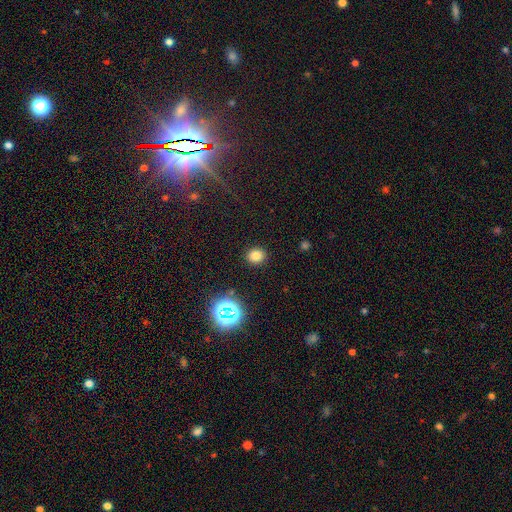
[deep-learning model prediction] Smooth or featured?
  - smooth: 77% *
  - star or artifact: 17%
  - featured or disk: 6%
How rounded?
  - round: 74% *
  - in between: 25%
  - cigar-shaped: 1%
Merging?
  - none: 90% *
  - minor disturbance: 6%
  - major disturbance: 2%
  - merger: 1%